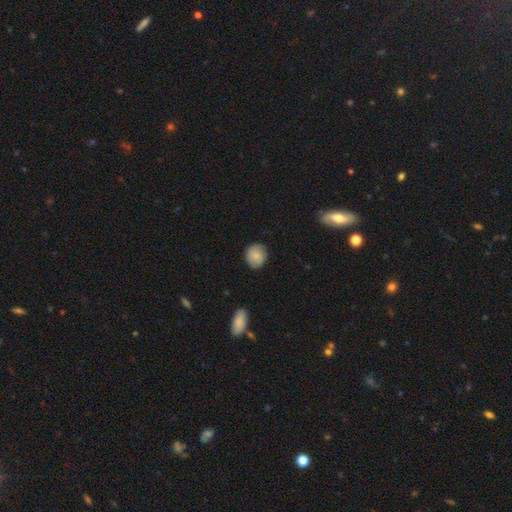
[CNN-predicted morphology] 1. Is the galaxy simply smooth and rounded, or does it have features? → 83% smooth, 10% featured or disk, 7% star or artifact.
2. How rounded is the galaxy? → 84% round, 15% in between, 1% cigar-shaped.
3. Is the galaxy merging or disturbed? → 87% none, 10% minor disturbance, 2% major disturbance, 1% merger.